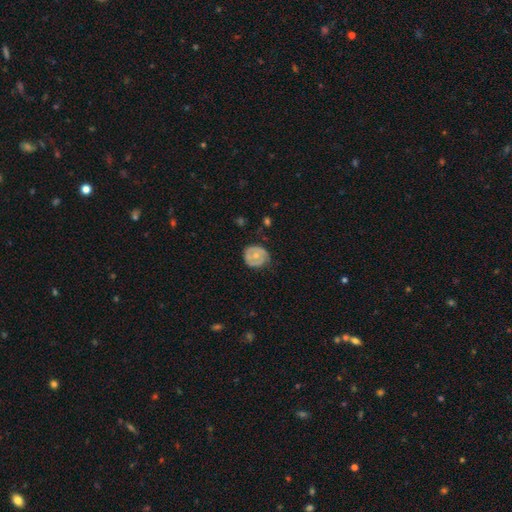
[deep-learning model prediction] Smooth or featured? featured or disk (51%)
Edge-on disk? no (97%)
Merging? none (65%)